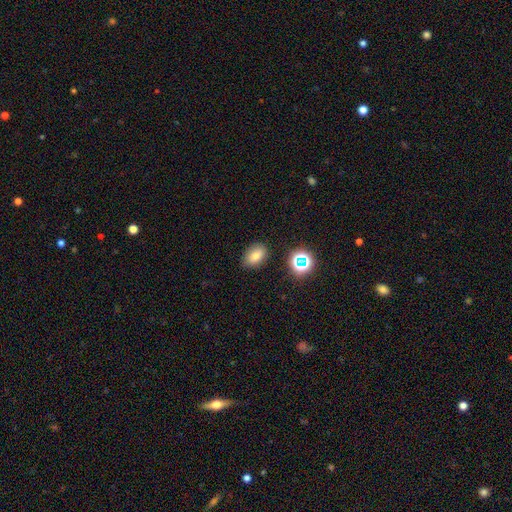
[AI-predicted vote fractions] A smooth galaxy with no disk features (71%) that is in between round and cigar-shaped (83%).

Vote fractions:
- Smooth or featured? smooth: 71% / star or artifact: 16% / featured or disk: 13%
- How rounded? in between: 83% / round: 16% / cigar-shaped: 2%
- Merging? none: 83% / minor disturbance: 12% / major disturbance: 3% / merger: 2%